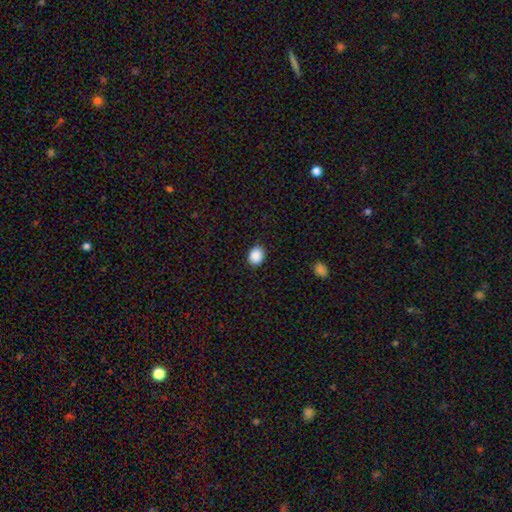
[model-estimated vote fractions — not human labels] A smooth galaxy with no disk features (89%) that is round (53%). Merging: none (89%).